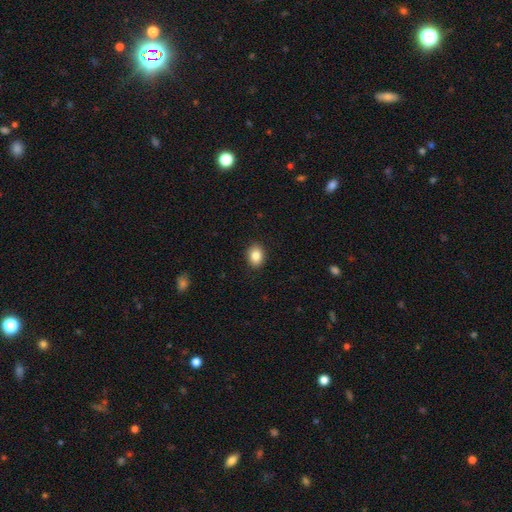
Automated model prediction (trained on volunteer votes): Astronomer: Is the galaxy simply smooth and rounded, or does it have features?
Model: smooth — 86%.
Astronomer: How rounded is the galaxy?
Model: in between — 63%.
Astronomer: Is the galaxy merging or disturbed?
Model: none — 89%.